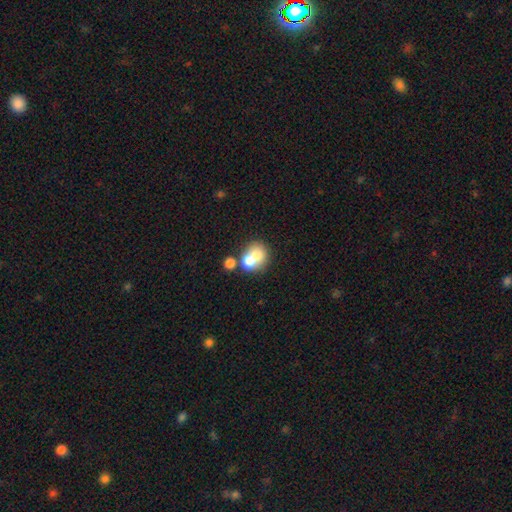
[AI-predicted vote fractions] This appears to be a smooth galaxy with no disk features (66%) that is round (70%). Merging: merger (59%).